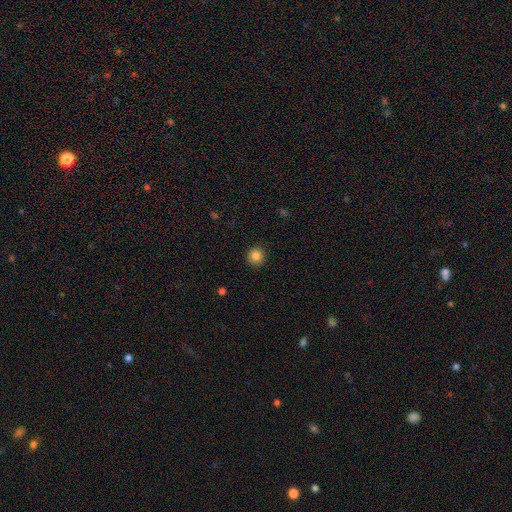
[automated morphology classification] smooth 85%, star or artifact 11%, featured or disk 4%. Down the decision tree: how rounded — round (92%); merging — none (90%).